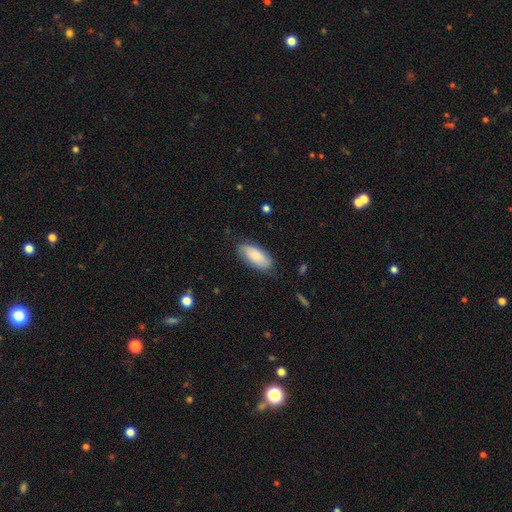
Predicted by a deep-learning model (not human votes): A smooth galaxy with no disk features (76%) that is in between round and cigar-shaped (89%).

Vote fractions:
- Smooth or featured? smooth: 76% / featured or disk: 18% / star or artifact: 6%
- How rounded? in between: 89% / cigar-shaped: 9% / round: 2%
- Merging? none: 73% / minor disturbance: 21% / major disturbance: 5% / merger: 1%